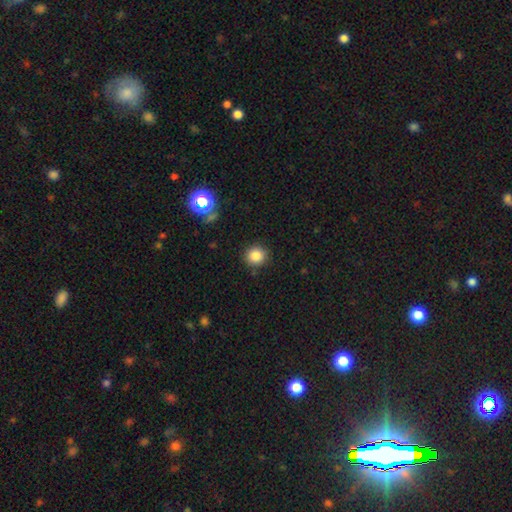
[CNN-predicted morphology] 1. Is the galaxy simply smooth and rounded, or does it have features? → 84% smooth, 12% star or artifact, 5% featured or disk.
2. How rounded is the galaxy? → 89% round, 10% in between, 1% cigar-shaped.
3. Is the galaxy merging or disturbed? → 88% none, 8% minor disturbance, 2% major disturbance, 2% merger.